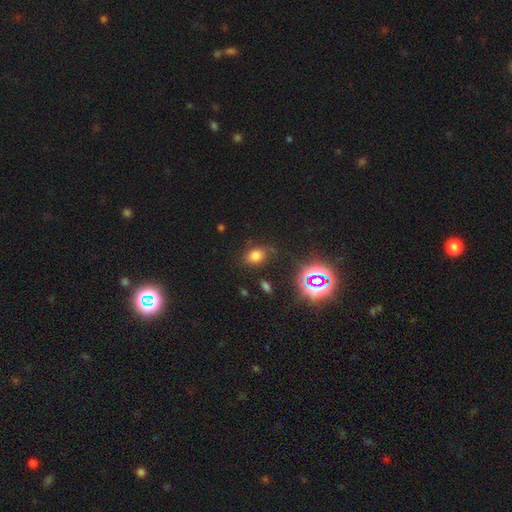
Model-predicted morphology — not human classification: Smooth or featured: smooth — 67% (star or artifact — 24%)
How rounded: in between — 65% (round — 33%)
Merging: none — 76% (minor disturbance — 16%)